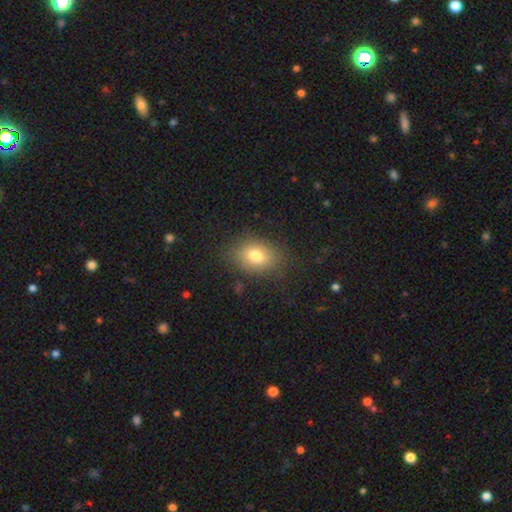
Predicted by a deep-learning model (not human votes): Smooth or featured: smooth — 76% (featured or disk — 13%)
How rounded: in between — 68% (round — 31%)
Merging: none — 78% (minor disturbance — 14%)